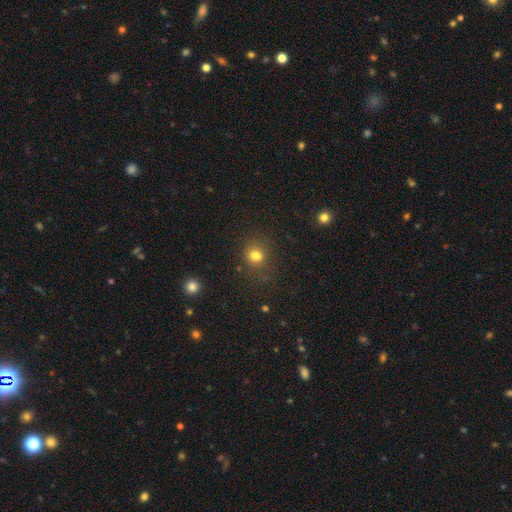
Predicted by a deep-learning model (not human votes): A smooth galaxy with no disk features (77%) that is round (65%). Merging: none (74%).